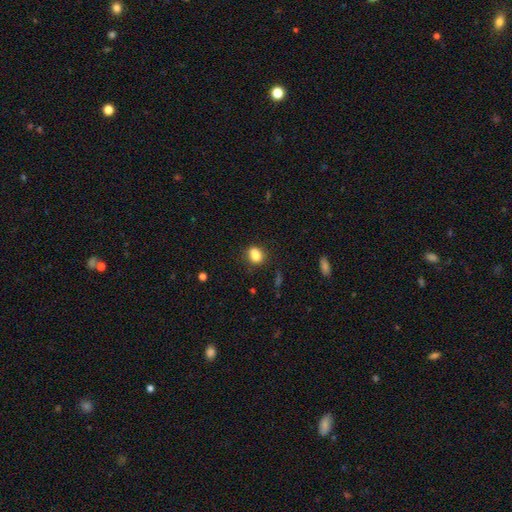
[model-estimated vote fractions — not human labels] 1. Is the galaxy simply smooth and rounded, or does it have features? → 80% smooth, 11% star or artifact, 9% featured or disk.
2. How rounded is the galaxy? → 50% round, 48% in between, 2% cigar-shaped.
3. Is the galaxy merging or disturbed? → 64% none, 19% minor disturbance, 11% merger, 5% major disturbance.